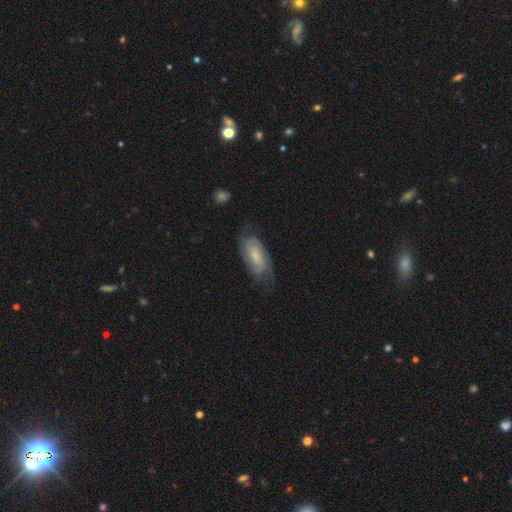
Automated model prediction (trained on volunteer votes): This appears to be a featured or disk galaxy (63%) with no bar (56%), 2 (57%) tight (47%) spiral arms (91%) and a small central bulge (55%). Merging: none (67%).